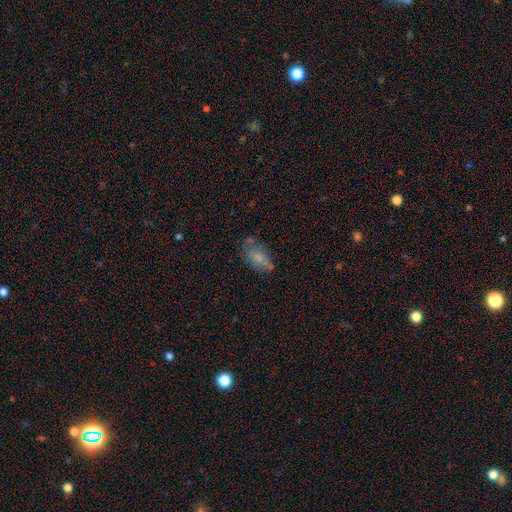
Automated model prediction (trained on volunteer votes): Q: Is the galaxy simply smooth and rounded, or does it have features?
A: smooth — 65%.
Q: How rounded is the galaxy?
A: in between — 87%.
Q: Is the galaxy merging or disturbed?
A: none — 57%.